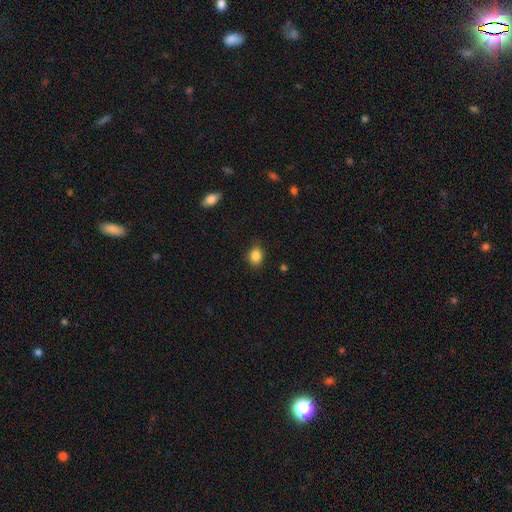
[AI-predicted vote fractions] A smooth galaxy with no disk features (86%) that is round (52%).

Vote fractions:
- Smooth or featured? smooth: 86% / star or artifact: 10% / featured or disk: 5%
- How rounded? round: 52% / in between: 47% / cigar-shaped: 1%
- Merging? none: 81% / minor disturbance: 15% / major disturbance: 3% / merger: 1%